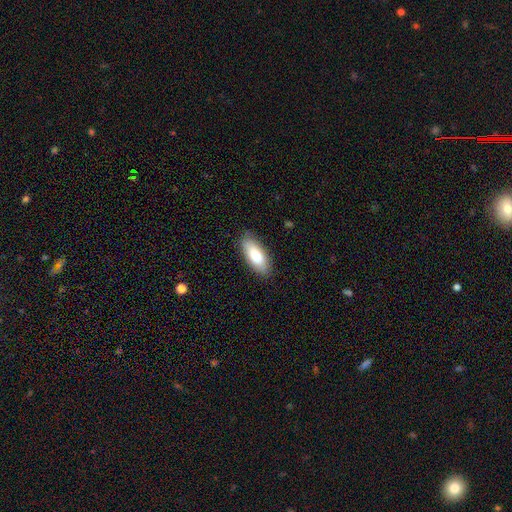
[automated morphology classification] A smooth galaxy with no disk features (81%) that is in between round and cigar-shaped (77%).

Vote fractions:
- Smooth or featured? smooth: 81% / featured or disk: 13% / star or artifact: 6%
- How rounded? in between: 77% / cigar-shaped: 21% / round: 2%
- Merging? none: 84% / minor disturbance: 12% / major disturbance: 3% / merger: 1%